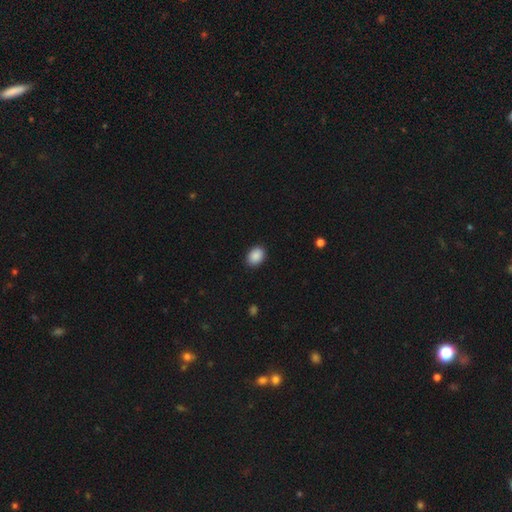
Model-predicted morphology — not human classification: Smooth or featured: smooth — 89% (star or artifact — 8%)
How rounded: in between — 69% (round — 30%)
Merging: none — 88% (minor disturbance — 9%)